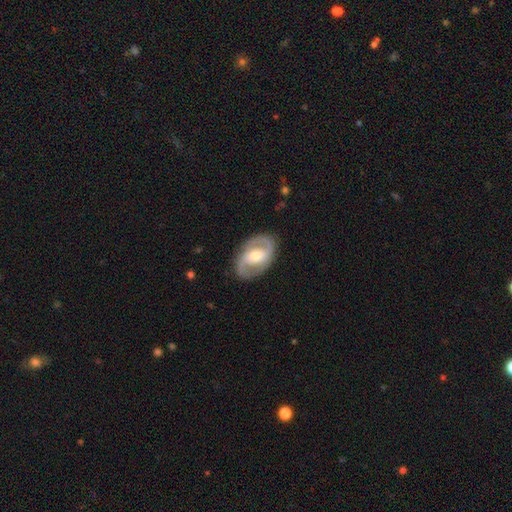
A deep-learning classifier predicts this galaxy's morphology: smooth_or_featured: featured or disk (p=0.82) [alt: smooth p=0.14]
disk_edge_on: no (p=0.96) [alt: yes p=0.04]
bar: weak (p=0.41) [alt: no p=0.35]
has_spiral_arms: yes (p=0.88) [alt: no p=0.12]
spiral_winding: medium (p=0.52) [alt: tight p=0.29]
spiral_arm_count: 2 (p=0.90) [alt: can't tell p=0.05]
bulge_size: moderate (p=0.64) [alt: small p=0.25]
merging: none (p=0.84) [alt: minor disturbance p=0.11]